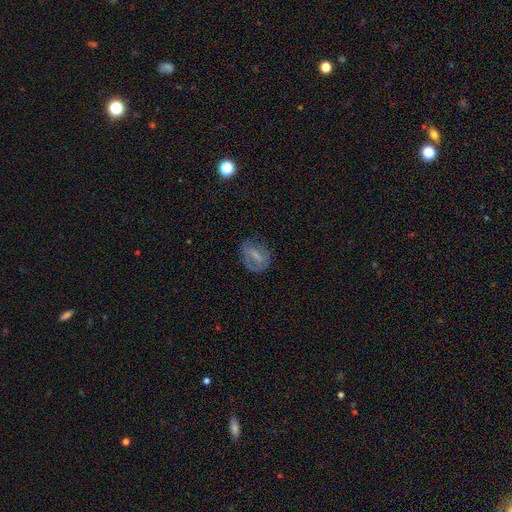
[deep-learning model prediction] This appears to be a featured or disk galaxy (45%). Merging: none (59%).